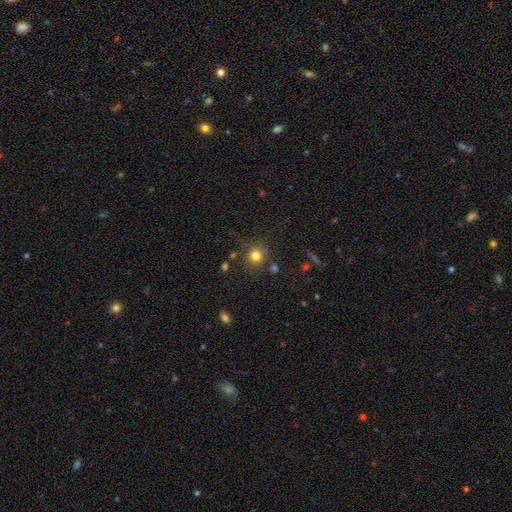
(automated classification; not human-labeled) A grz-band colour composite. It shows a smooth galaxy with no disk features (79%) that is round (87%). Merging: none (79%).